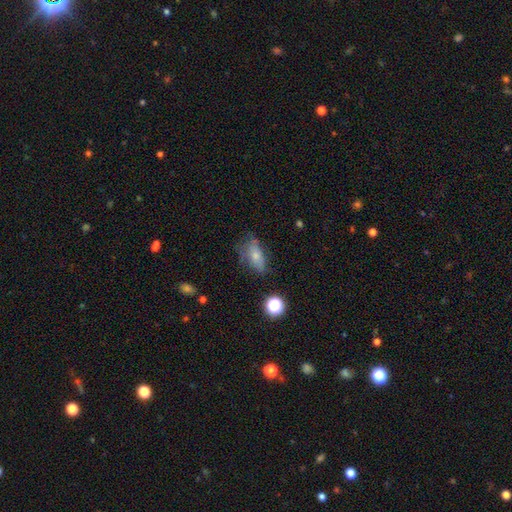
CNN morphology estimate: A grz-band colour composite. It shows a smooth galaxy with no disk features (66%) that is in between round and cigar-shaped (84%). Merging: none (49%).